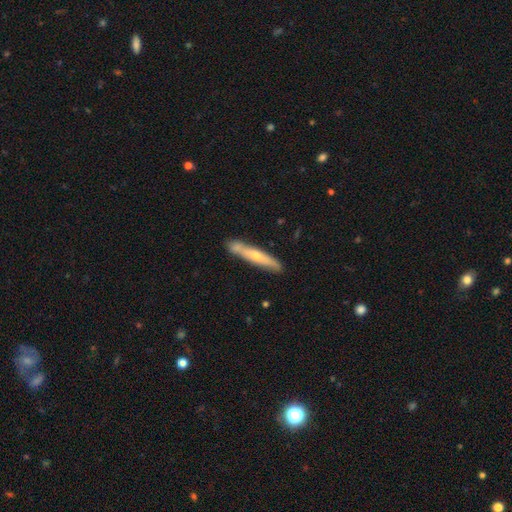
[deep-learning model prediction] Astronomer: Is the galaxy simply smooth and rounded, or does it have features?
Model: smooth — 48% (runner-up: featured or disk, 47%).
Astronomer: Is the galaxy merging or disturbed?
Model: none — 76%.